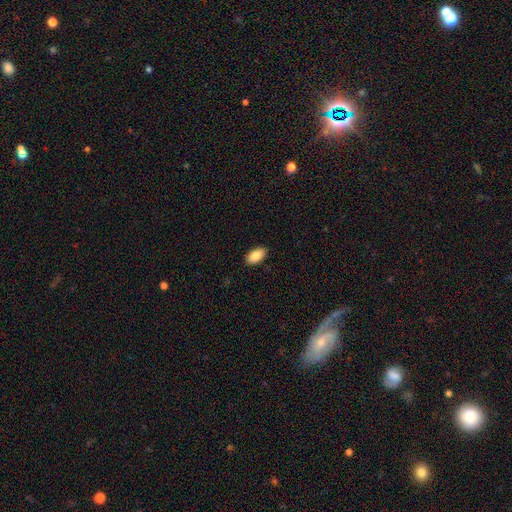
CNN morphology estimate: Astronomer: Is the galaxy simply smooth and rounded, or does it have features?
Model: smooth — 89%.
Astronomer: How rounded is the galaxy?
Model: in between — 94%.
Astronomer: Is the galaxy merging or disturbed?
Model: none — 89%.